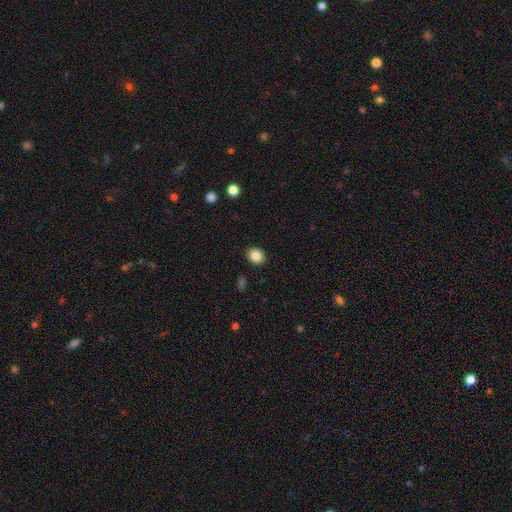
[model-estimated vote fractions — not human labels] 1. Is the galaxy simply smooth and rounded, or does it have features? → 85% smooth, 10% star or artifact, 5% featured or disk.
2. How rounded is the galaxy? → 64% round, 35% in between, 1% cigar-shaped.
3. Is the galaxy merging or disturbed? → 91% none, 6% minor disturbance, 2% major disturbance, 1% merger.